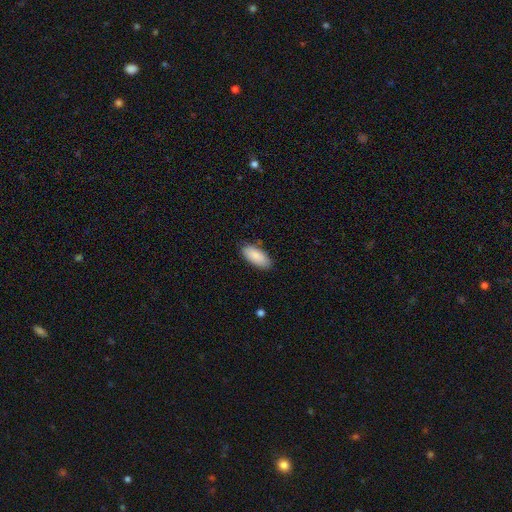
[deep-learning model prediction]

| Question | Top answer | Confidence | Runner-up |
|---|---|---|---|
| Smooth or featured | smooth | 88% | featured or disk (6%) |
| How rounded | in between | 90% | cigar-shaped (8%) |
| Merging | none | 84% | minor disturbance (12%) |